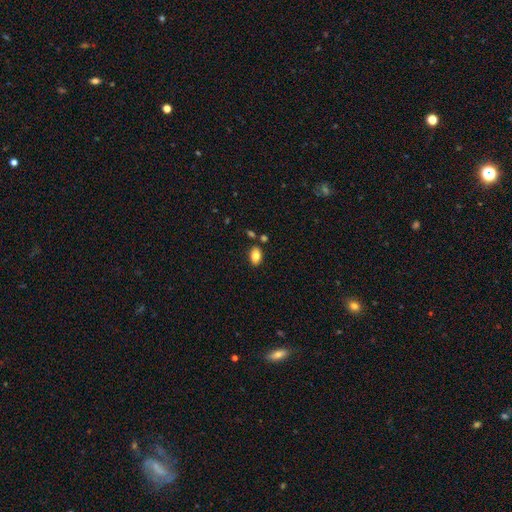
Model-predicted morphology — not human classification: Smooth or featured? Predicted: smooth (p=0.83). How rounded? Predicted: in between (p=0.88). Merging? Predicted: none (p=0.81).